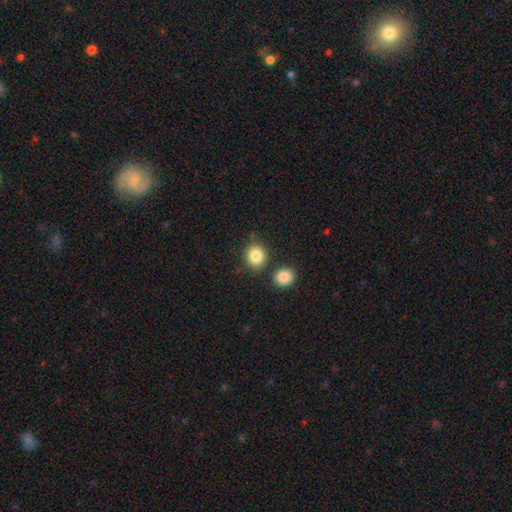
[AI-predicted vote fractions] A smooth galaxy with no disk features (85%) that is round (77%).

Vote fractions:
- Smooth or featured? smooth: 85% / star or artifact: 9% / featured or disk: 6%
- How rounded? round: 77% / in between: 22% / cigar-shaped: 1%
- Merging? none: 75% / minor disturbance: 11% / merger: 11% / major disturbance: 3%